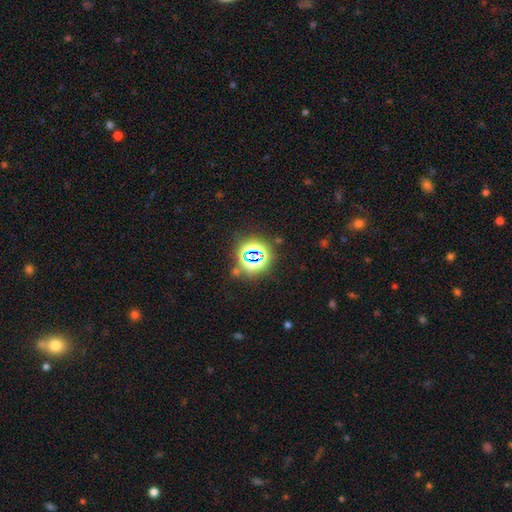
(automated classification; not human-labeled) Smooth or featured: star or artifact — 72% (smooth — 19%)